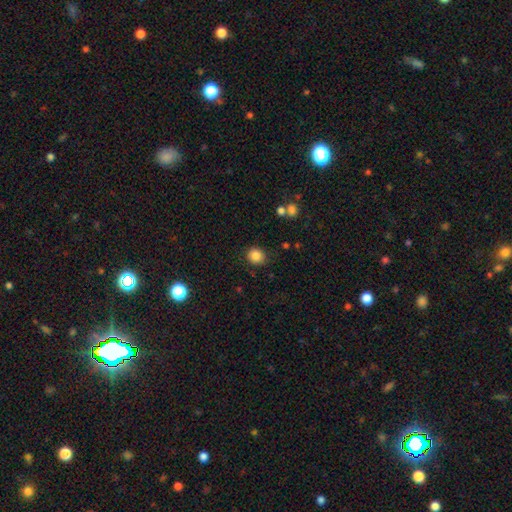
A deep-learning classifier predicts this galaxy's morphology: Smooth or featured? Predicted: smooth (p=0.85). How rounded? Predicted: round (p=0.78). Merging? Predicted: none (p=0.84).